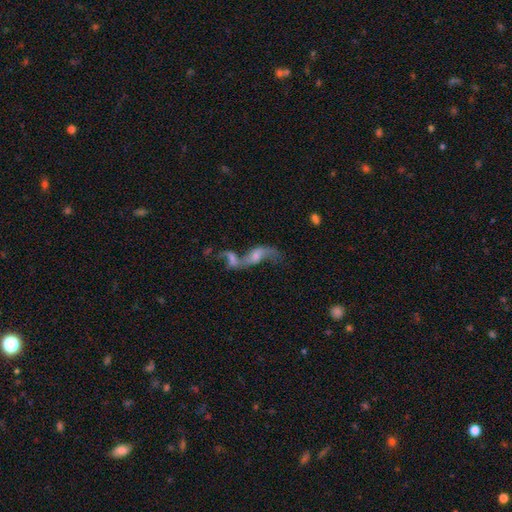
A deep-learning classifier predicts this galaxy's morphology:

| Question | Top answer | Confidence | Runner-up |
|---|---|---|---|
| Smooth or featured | featured or disk | 67% | smooth (19%) |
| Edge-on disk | no | 88% | yes (12%) |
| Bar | no | 58% | weak (32%) |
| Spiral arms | yes | 73% | no (27%) |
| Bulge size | small | 34% | moderate (33%) |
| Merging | merger | 56% | none (22%) |